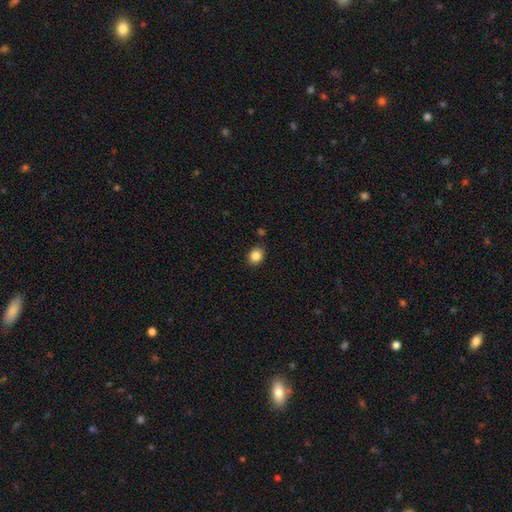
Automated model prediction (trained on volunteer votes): Morphology: type=smooth (85%); roundness=round (50%); merging=none (84%).